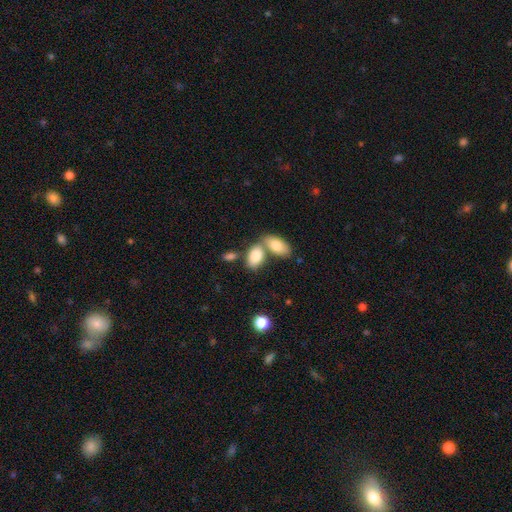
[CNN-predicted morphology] The model was most divided on "merging": merger: 48%, none: 39%, minor disturbance: 10%, major disturbance: 4%. More confident: how rounded — in between (91%); smooth or featured — smooth (81%).